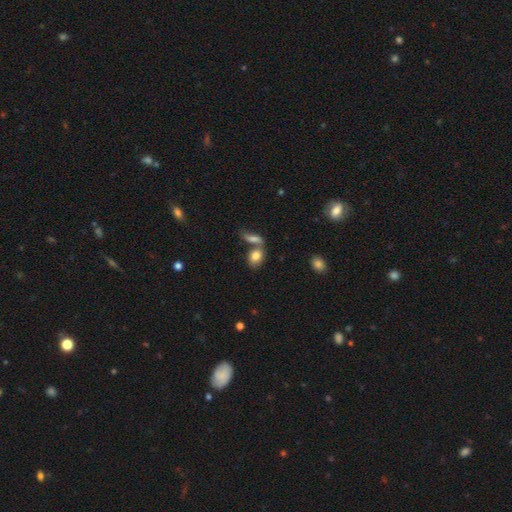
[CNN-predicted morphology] smooth 80%, featured or disk 11%, star or artifact 8%. Down the decision tree: how rounded — in between (73%); merging — none (43%).